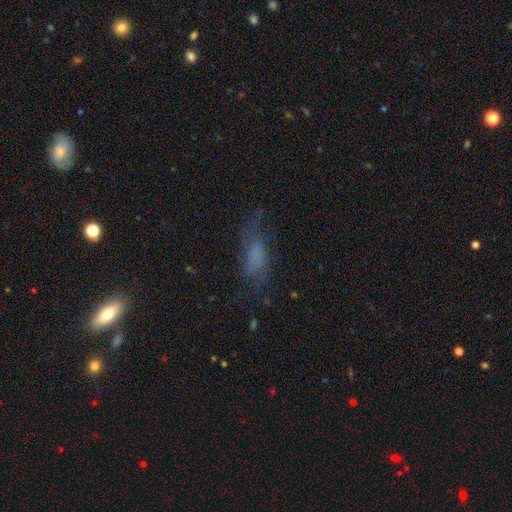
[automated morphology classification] smooth_or_featured: smooth (p=0.51) [alt: featured or disk p=0.32]
how_rounded: in between (p=0.66) [alt: cigar-shaped p=0.29]
merging: none (p=0.51) [alt: minor disturbance p=0.25]